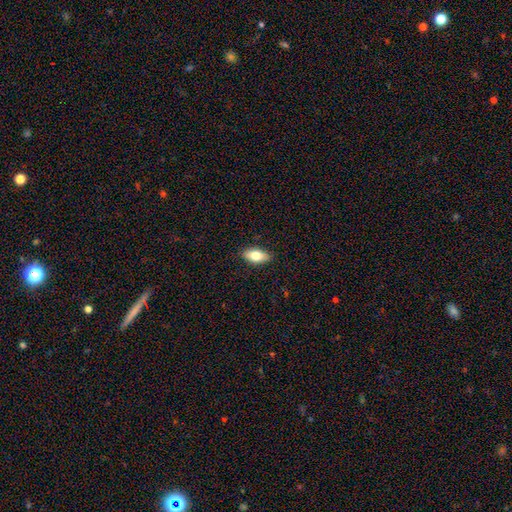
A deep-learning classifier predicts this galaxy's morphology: This appears to be a smooth galaxy with no disk features (74%) that is in between round and cigar-shaped (87%). Merging: none (88%).